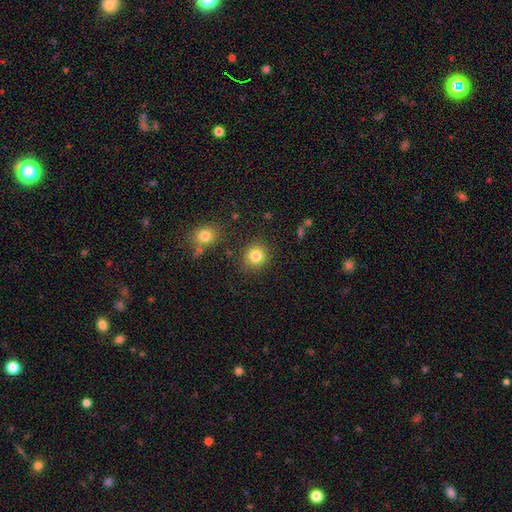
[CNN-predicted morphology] Q: Smooth or featured?
A: smooth (84%); runner-up: star or artifact (11%)
Q: How rounded?
A: round (85%); runner-up: in between (14%)
Q: Merging?
A: none (86%); runner-up: minor disturbance (8%)